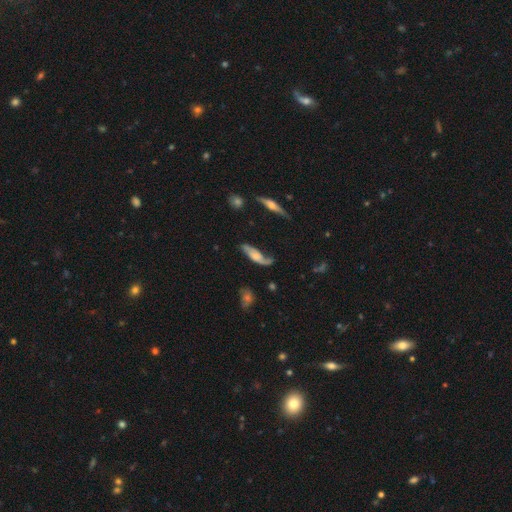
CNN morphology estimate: smooth-or-featured: featured or disk: 73% | smooth: 21% | star or artifact: 6%
  disk-edge-on: no: 79% | yes: 21%
    bar: no: 64% | weak: 28% | strong: 8%
    has-spiral-arms: yes: 91% | no: 9%
      spiral-winding: loose: 56% | medium: 31% | tight: 13%
      spiral-arm-count: 2: 81% | 1: 9% | can't tell: 6% | 3: 1% | 4: 1% | more than 4: 1%
    bulge-size: moderate: 35% | small: 31% | none: 19% | large: 12% | dominant: 2%
  merging: none: 56% | minor disturbance: 26% | major disturbance: 15% | merger: 4%